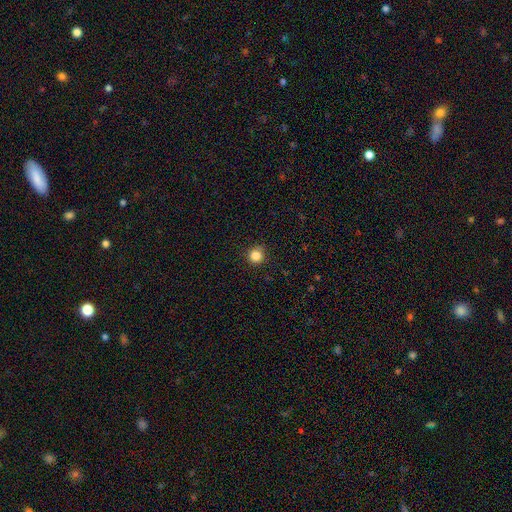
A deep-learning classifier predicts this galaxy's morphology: Overall: smooth (84%). How rounded: round (94%). Merging: none (87%).